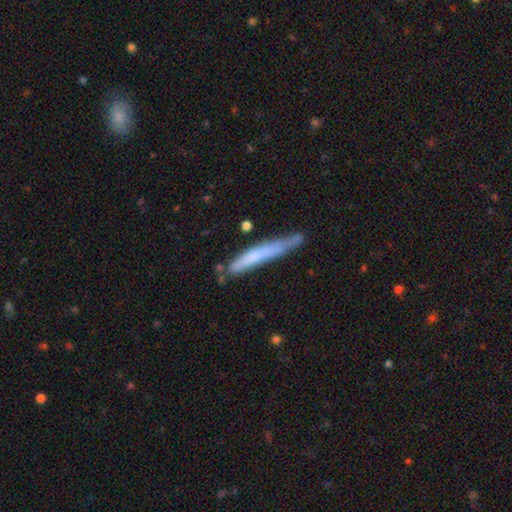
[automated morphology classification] This appears to be a smooth galaxy with no disk features (59%) that is cigar-shaped (94%). Merging: none (56%).